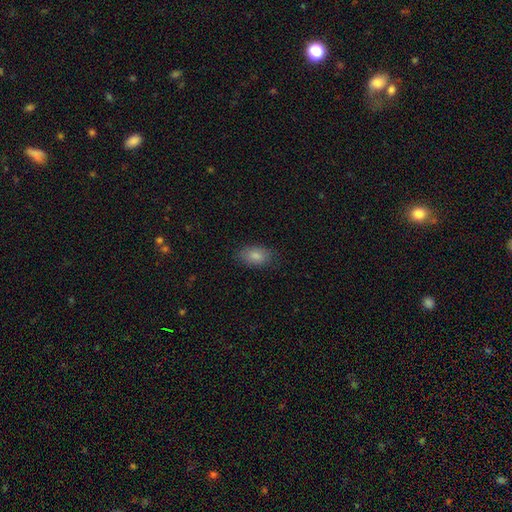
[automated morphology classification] type=smooth (85%); roundness=in between (91%); merging=none (80%).